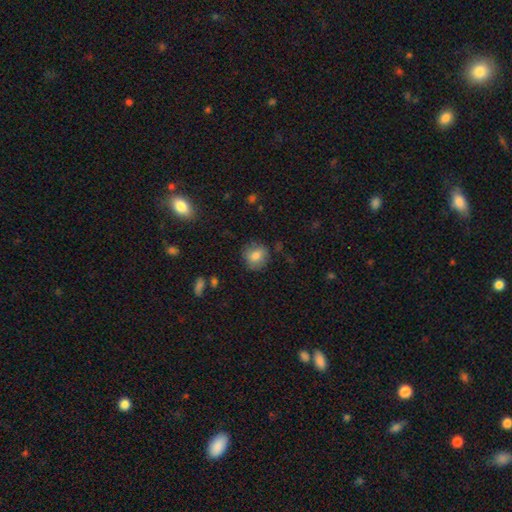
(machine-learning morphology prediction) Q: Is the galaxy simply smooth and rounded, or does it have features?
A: smooth — 79%.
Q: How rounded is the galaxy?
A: round — 81%.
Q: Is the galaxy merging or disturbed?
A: none — 79%.